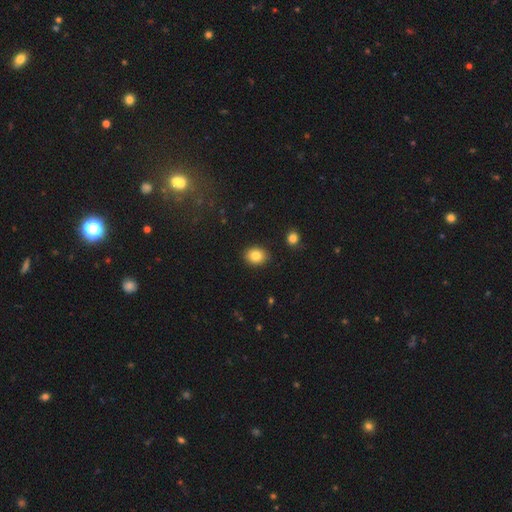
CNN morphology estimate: Q: Smooth or featured?
A: smooth (84%); runner-up: star or artifact (9%)
Q: How rounded?
A: round (55%); runner-up: in between (44%)
Q: Merging?
A: none (89%); runner-up: minor disturbance (8%)